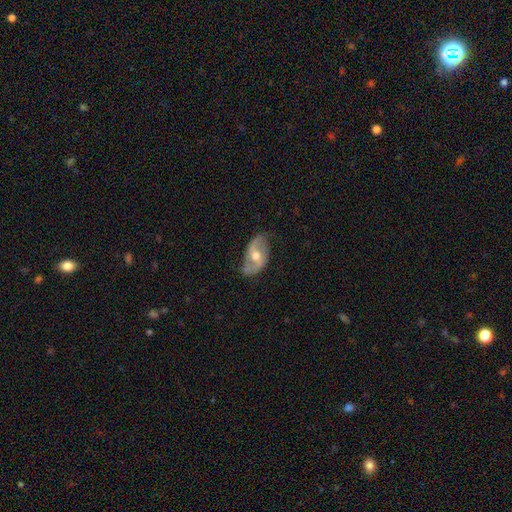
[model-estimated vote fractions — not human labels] The model was most divided on "bar": no: 46%, weak: 39%, strong: 15%. More confident: edge-on disk — no (94%); spiral arm count — 2 (88%); spiral arms — yes (82%); bulge size — moderate (75%); smooth or featured — featured or disk (70%); merging — none (67%); spiral winding — loose (55%).